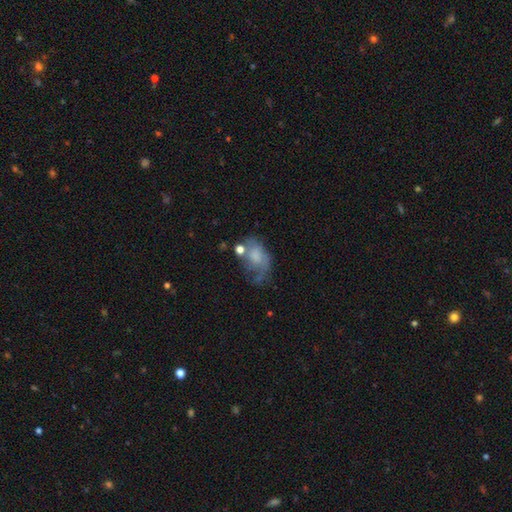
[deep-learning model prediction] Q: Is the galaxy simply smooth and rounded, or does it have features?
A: smooth — 47%.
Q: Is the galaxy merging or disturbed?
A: major disturbance — 34%.